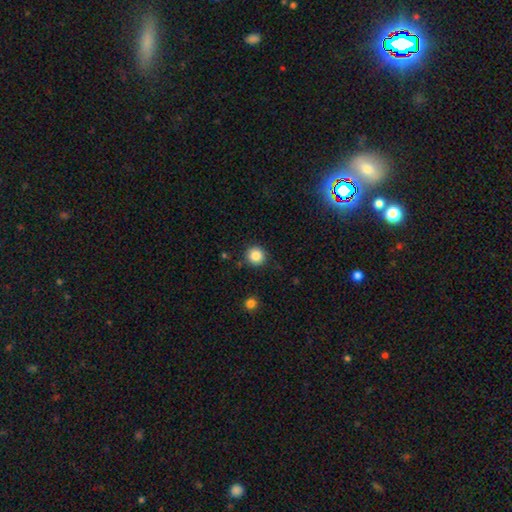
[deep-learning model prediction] A smooth galaxy with no disk features (86%) that is round (95%). Merging: none (90%).